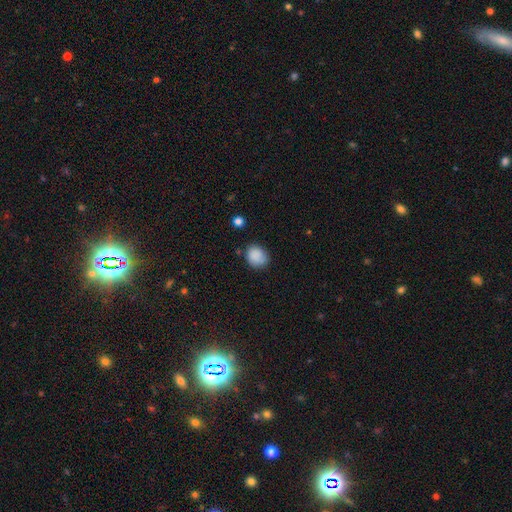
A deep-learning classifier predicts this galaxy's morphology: smooth_or_featured: smooth (p=0.87) [alt: star or artifact p=0.09]
how_rounded: round (p=0.55) [alt: in between p=0.44]
merging: none (p=0.73) [alt: minor disturbance p=0.21]